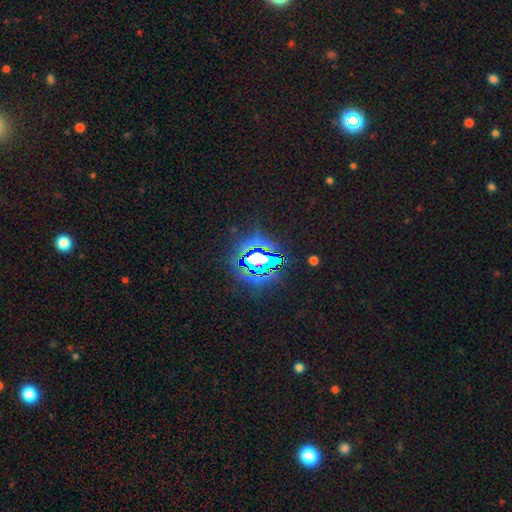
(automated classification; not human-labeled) Morphology: type=star or artifact (77%).